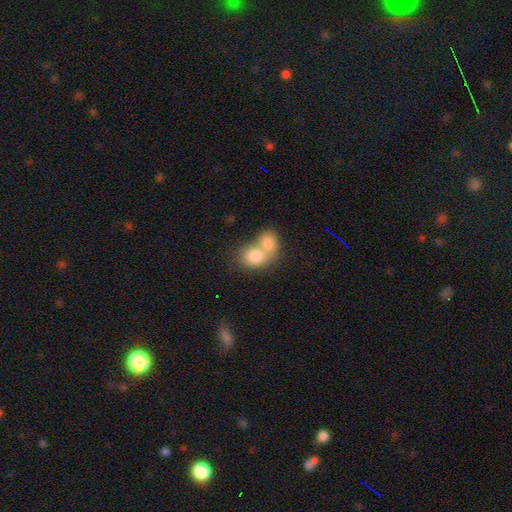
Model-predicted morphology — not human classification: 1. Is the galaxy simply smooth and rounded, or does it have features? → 77% smooth, 15% featured or disk, 8% star or artifact.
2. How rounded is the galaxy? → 55% in between, 43% round, 1% cigar-shaped.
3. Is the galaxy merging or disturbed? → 75% merger, 17% none, 5% minor disturbance, 3% major disturbance.